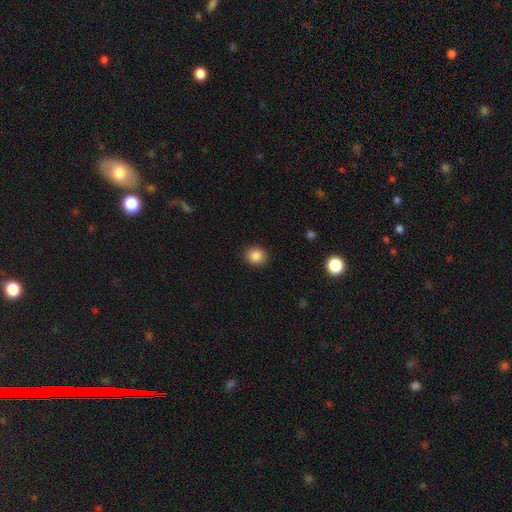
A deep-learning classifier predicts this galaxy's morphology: smooth_or_featured: smooth (p=0.87) [alt: star or artifact p=0.10]
how_rounded: round (p=0.72) [alt: in between p=0.27]
merging: none (p=0.90) [alt: minor disturbance p=0.07]